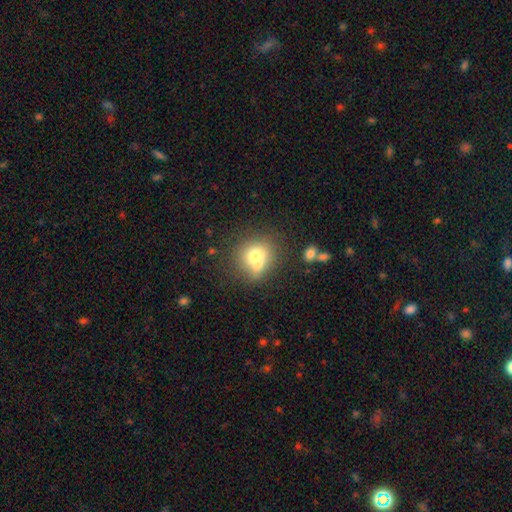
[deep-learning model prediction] smooth 69%, featured or disk 19%, star or artifact 12%. Down the decision tree: how rounded — round (77%); merging — none (44%).